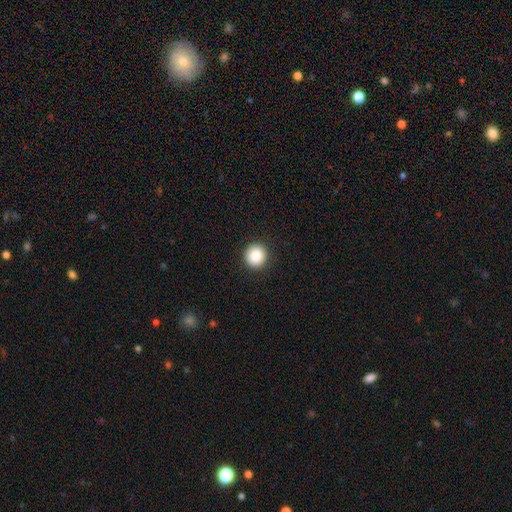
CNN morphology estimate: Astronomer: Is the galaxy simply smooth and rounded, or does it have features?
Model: smooth — 87%.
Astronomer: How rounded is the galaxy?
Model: round — 93%.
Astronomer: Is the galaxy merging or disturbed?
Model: none — 92%.